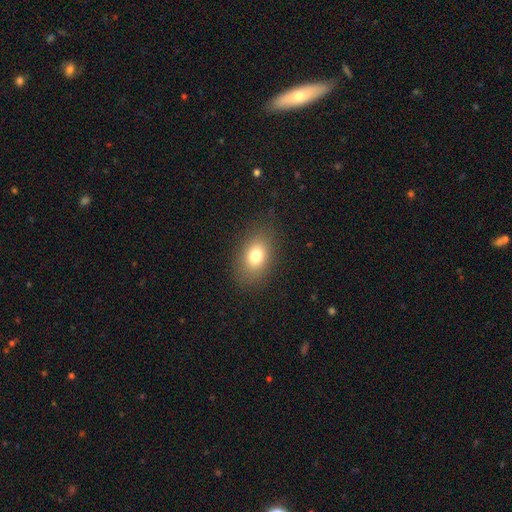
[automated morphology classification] Q: Smooth or featured?
A: smooth (76%); runner-up: featured or disk (12%)
Q: How rounded?
A: in between (76%); runner-up: round (22%)
Q: Merging?
A: none (83%); runner-up: minor disturbance (11%)